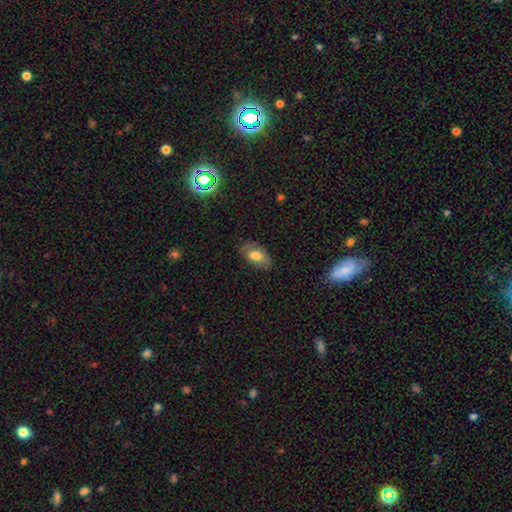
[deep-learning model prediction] Q: Smooth or featured?
A: smooth (70%); runner-up: featured or disk (22%)
Q: How rounded?
A: in between (92%); runner-up: round (6%)
Q: Merging?
A: none (78%); runner-up: minor disturbance (17%)